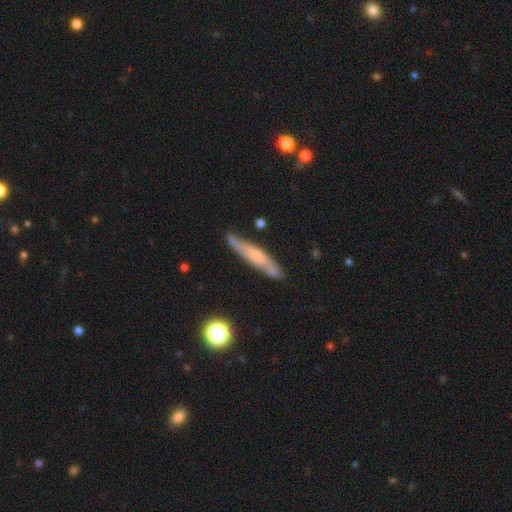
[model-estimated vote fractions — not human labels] Q: Smooth or featured?
A: featured or disk (52%); runner-up: smooth (41%)
Q: Edge-on disk?
A: yes (73%); runner-up: no (27%)
Q: Merging?
A: none (76%); runner-up: minor disturbance (18%)